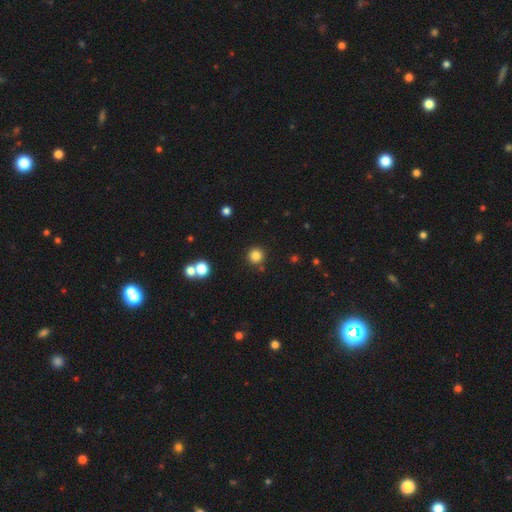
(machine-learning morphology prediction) Smooth or featured? Predicted: smooth (p=0.82). How rounded? Predicted: round (p=0.95). Merging? Predicted: none (p=0.86).